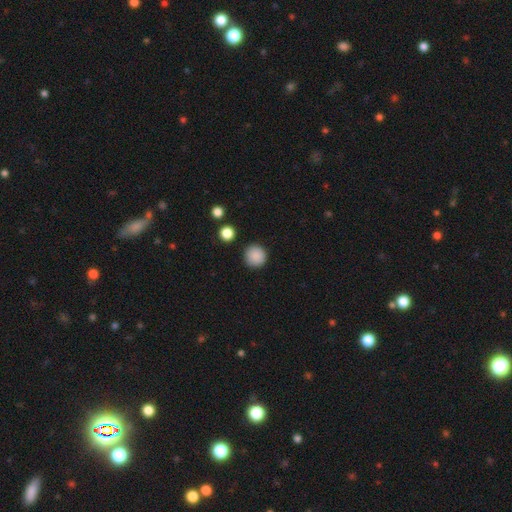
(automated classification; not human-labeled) Smooth or featured? Predicted: smooth (p=0.88). How rounded? Predicted: round (p=0.95). Merging? Predicted: none (p=0.91).